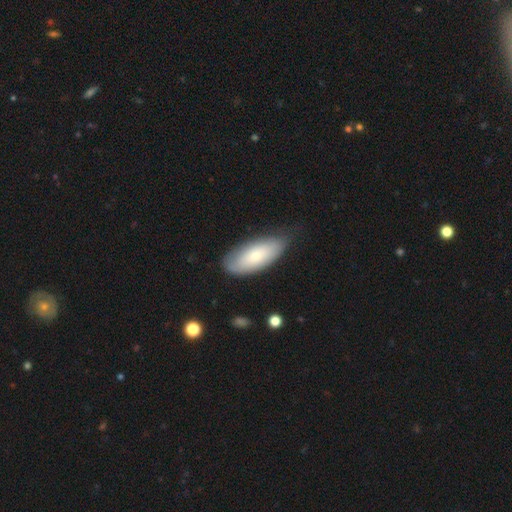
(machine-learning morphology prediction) This is likely a smooth galaxy (71%). How rounded: clearly in between (87%). Merging: likely none (65%).